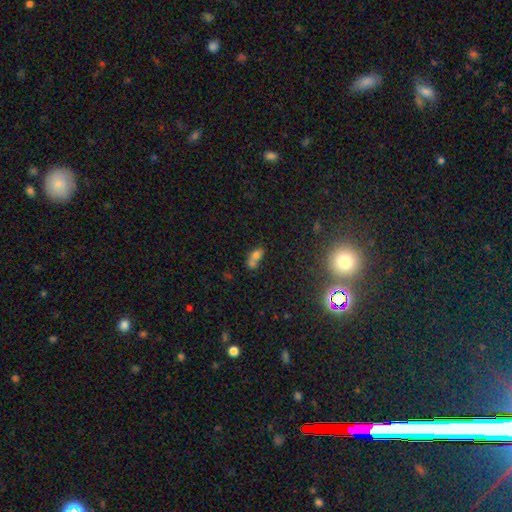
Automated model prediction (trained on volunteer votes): The model was most divided on "how rounded": in between: 67%, round: 28%, cigar-shaped: 4%. More confident: smooth or featured — smooth (67%); merging — merger (64%).